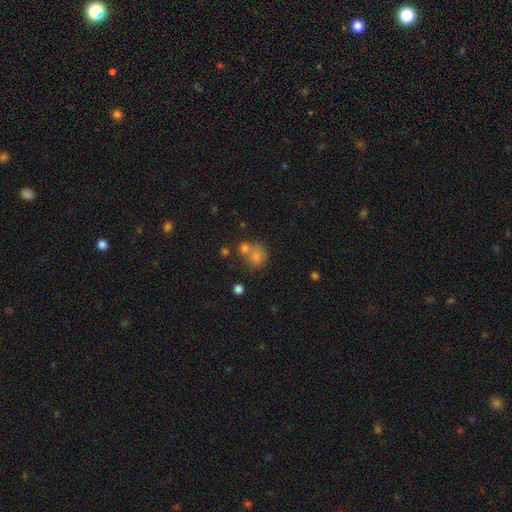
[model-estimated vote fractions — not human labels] Overall: smooth (75%). How rounded: round (72%). Merging: none (45%; merger 36%).